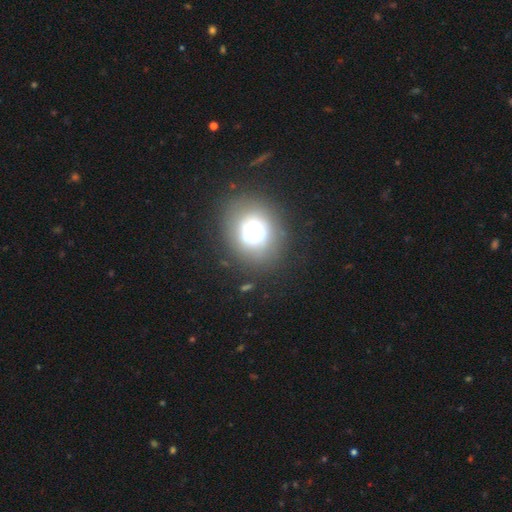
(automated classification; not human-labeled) Smooth or featured? Predicted: smooth (p=0.62). How rounded? Predicted: round (p=0.66). Merging? Predicted: none (p=0.85).